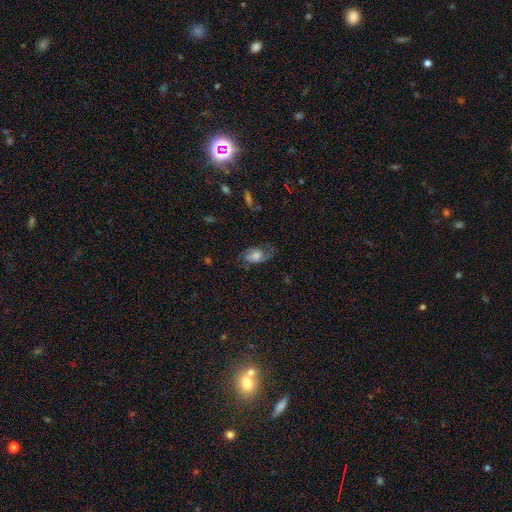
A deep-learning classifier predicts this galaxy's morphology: Smooth or featured?
  - smooth: 51% *
  - featured or disk: 39%
  - star or artifact: 9%
How rounded?
  - in between: 85% *
  - round: 13%
  - cigar-shaped: 2%
Merging?
  - none: 48% *
  - minor disturbance: 27%
  - major disturbance: 23%
  - merger: 2%